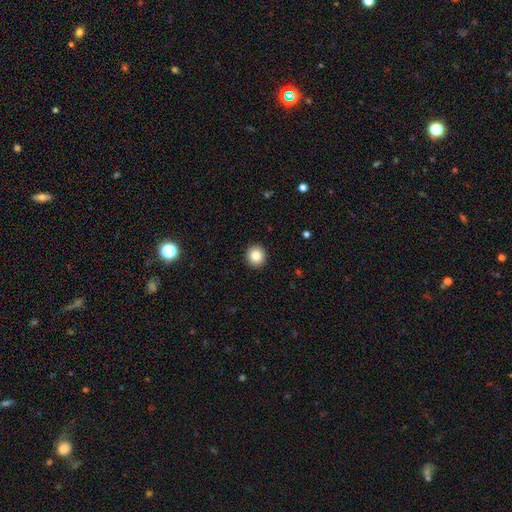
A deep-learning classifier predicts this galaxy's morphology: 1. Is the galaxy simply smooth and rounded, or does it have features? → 84% smooth, 9% star or artifact, 6% featured or disk.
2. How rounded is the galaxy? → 91% round, 9% in between, 1% cigar-shaped.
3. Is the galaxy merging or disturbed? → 93% none, 5% minor disturbance, 2% major disturbance, 1% merger.